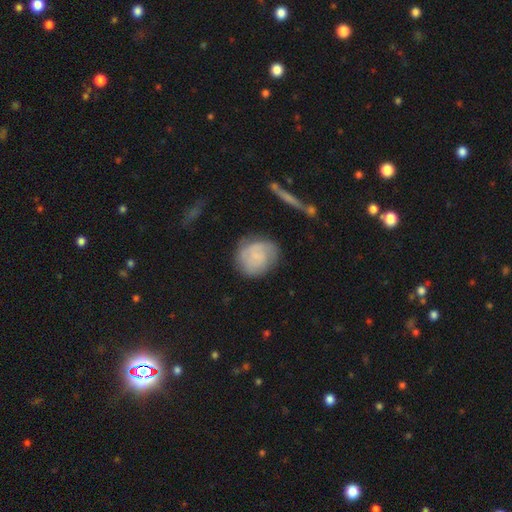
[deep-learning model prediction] A featured or disk galaxy (46%, tied with smooth).

Vote fractions:
- Smooth or featured? featured or disk: 46% (tied) / smooth: 46% (tied) / star or artifact: 7%
- Merging? none: 67% / minor disturbance: 21% / major disturbance: 9% / merger: 3%